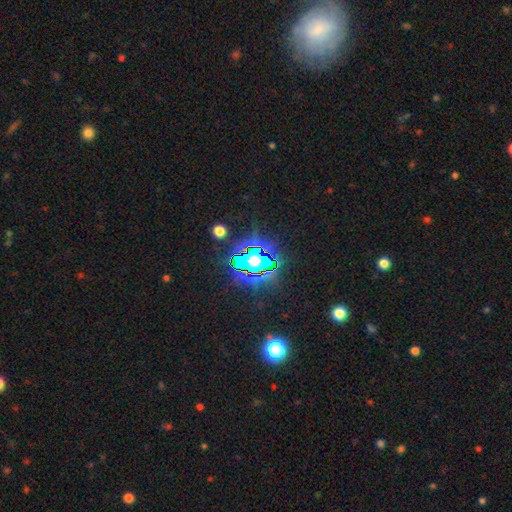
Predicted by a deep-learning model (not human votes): This is likely a star or artifact rather than a galaxy (74%).